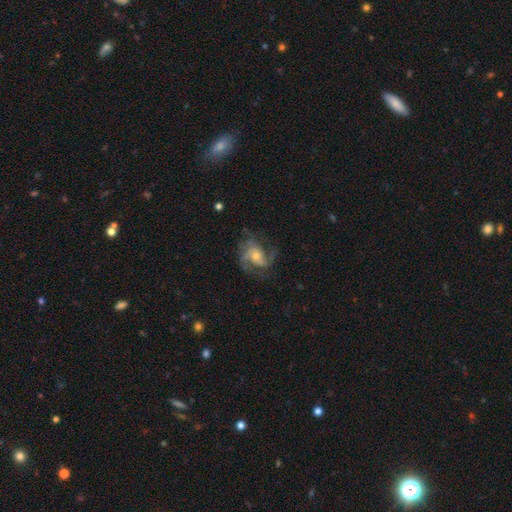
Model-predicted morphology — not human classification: This appears to be a featured or disk galaxy (81%) with no bar (62%), 2 (37%) medium (52%) spiral arms (94%) and a small central bulge (48%). Merging: none (62%).